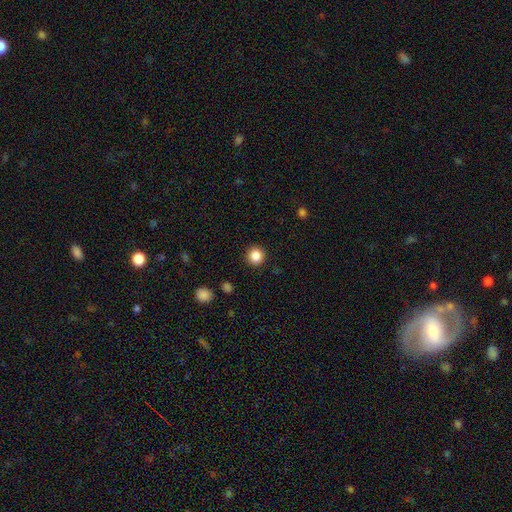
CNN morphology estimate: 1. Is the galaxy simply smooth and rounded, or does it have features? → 86% smooth, 11% star or artifact, 3% featured or disk.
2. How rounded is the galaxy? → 94% round, 5% in between, 1% cigar-shaped.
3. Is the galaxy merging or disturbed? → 91% none, 6% minor disturbance, 2% major disturbance, 1% merger.